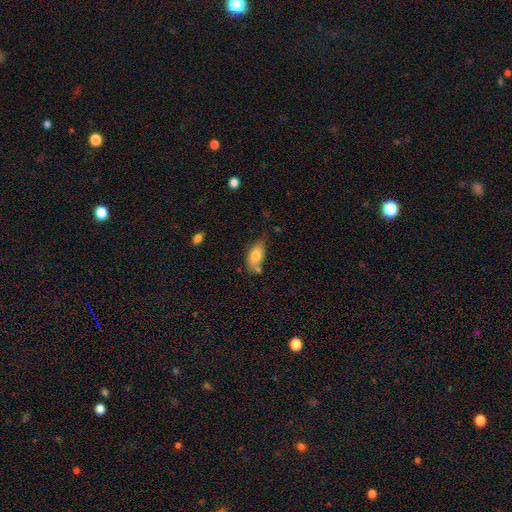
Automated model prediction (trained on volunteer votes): Overall: smooth (76%). How rounded: in between (88%). Merging: none (58%; minor disturbance 25%).